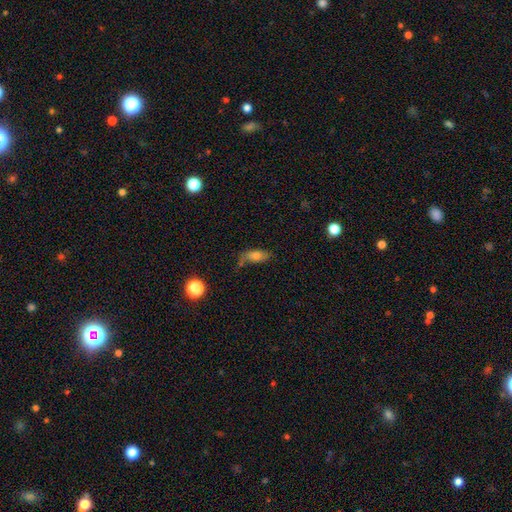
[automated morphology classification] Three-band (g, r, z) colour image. It shows a smooth galaxy with no disk features (67%) that is in between round and cigar-shaped (80%). Merging: none (49%).